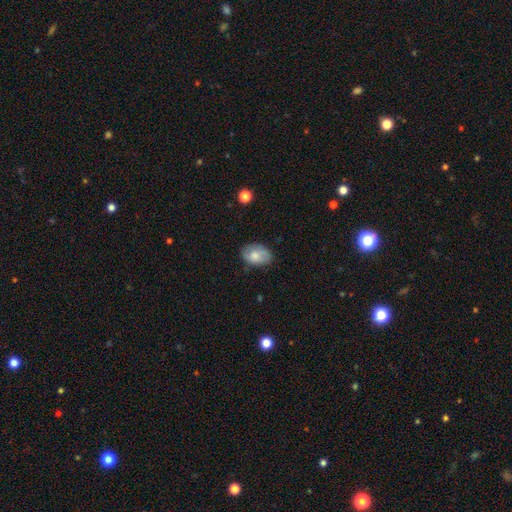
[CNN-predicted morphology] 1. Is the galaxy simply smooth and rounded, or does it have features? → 74% smooth, 19% featured or disk, 7% star or artifact.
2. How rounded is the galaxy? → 85% in between, 14% round, 1% cigar-shaped.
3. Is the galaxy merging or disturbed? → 69% none, 24% minor disturbance, 5% major disturbance, 2% merger.